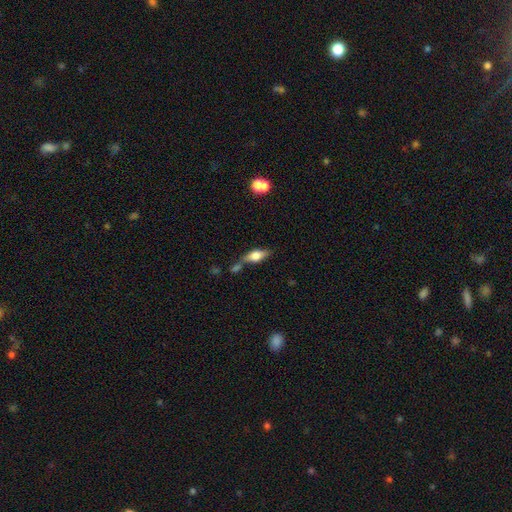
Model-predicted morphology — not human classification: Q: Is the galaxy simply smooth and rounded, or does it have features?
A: smooth — 50%.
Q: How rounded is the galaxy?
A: in between — 65%.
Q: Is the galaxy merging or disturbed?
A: none — 50%.